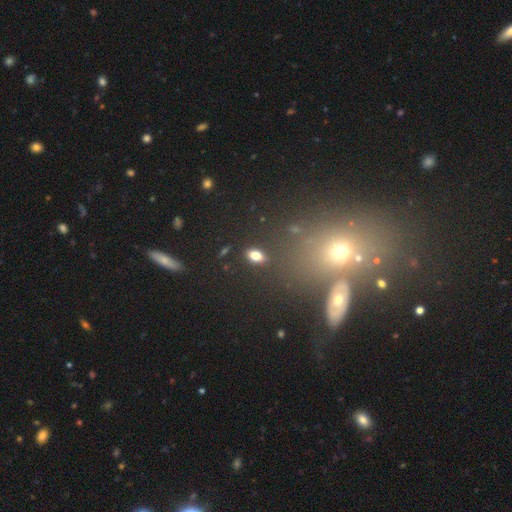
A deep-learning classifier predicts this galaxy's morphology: This appears to be a smooth galaxy with no disk features (78%) that is in between round and cigar-shaped (85%). Merging: none (85%).